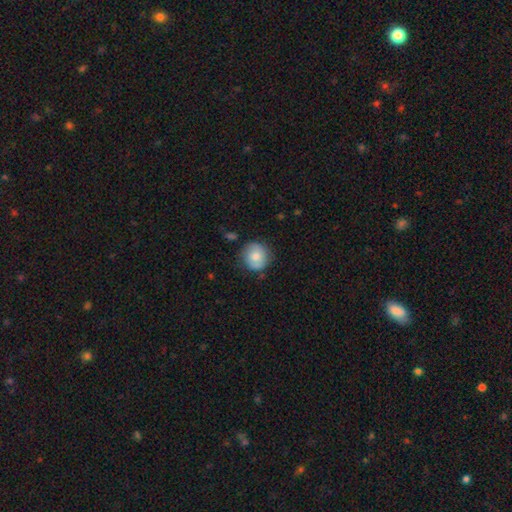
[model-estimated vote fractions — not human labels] This appears to be a smooth galaxy with no disk features (74%) that is round (90%). Merging: none (79%).